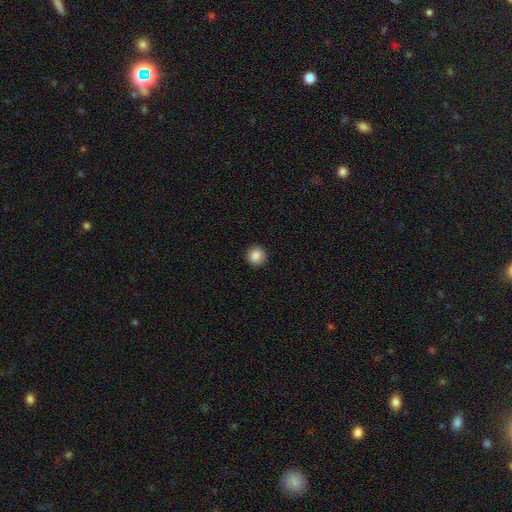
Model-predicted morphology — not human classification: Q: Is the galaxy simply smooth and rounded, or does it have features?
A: smooth — 87%.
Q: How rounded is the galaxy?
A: round — 93%.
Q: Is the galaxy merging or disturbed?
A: none — 91%.